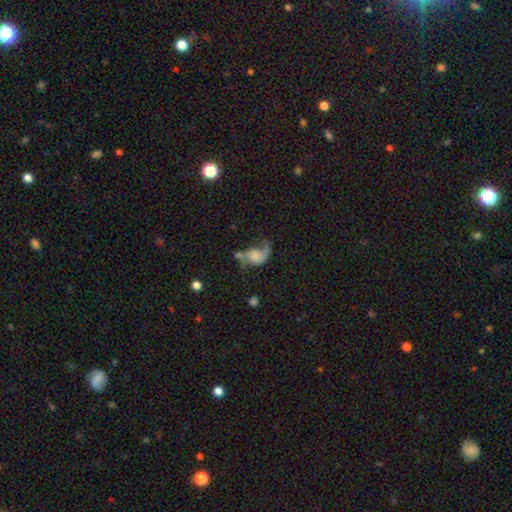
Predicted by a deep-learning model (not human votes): featured or disk 61%, smooth 30%, star or artifact 9%. Down the decision tree: edge-on disk — no (97%); bar — no (74%); spiral arms — yes (85%); spiral arm count — 1 (51%); spiral winding — loose (71%); bulge size — none (37%); merging — major disturbance (37%).